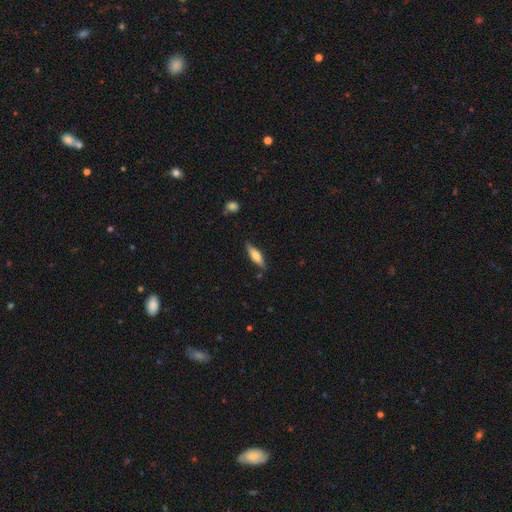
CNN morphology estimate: Smooth or featured?
  - smooth: 68% *
  - featured or disk: 26%
  - star or artifact: 6%
How rounded?
  - cigar-shaped: 64% *
  - in between: 35%
  - round: 2%
Merging?
  - none: 83% *
  - minor disturbance: 13%
  - major disturbance: 2%
  - merger: 2%